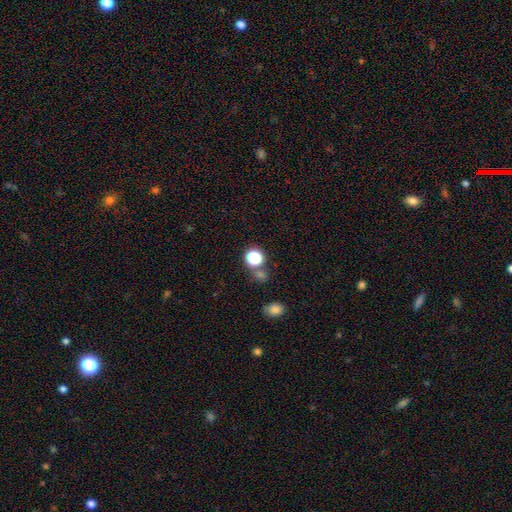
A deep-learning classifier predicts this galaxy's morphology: smooth-or-featured: smooth: 57% | star or artifact: 36% | featured or disk: 7%
  how-rounded: round: 83% | in between: 15% | cigar-shaped: 1%
  merging: none: 70% | merger: 15% | minor disturbance: 10% | major disturbance: 5%